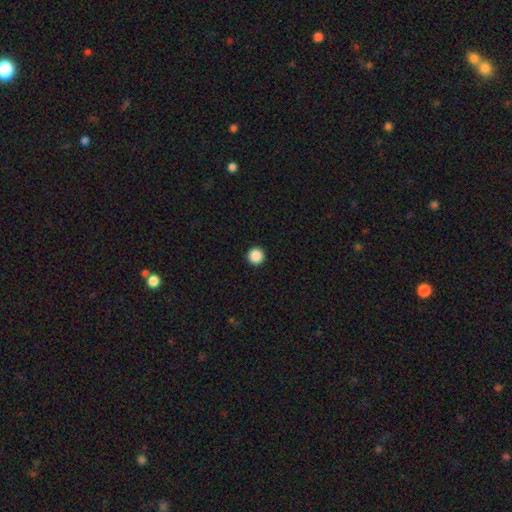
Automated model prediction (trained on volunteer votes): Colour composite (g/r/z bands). It shows a smooth galaxy with no disk features (88%) that is round (97%). Merging: none (94%).